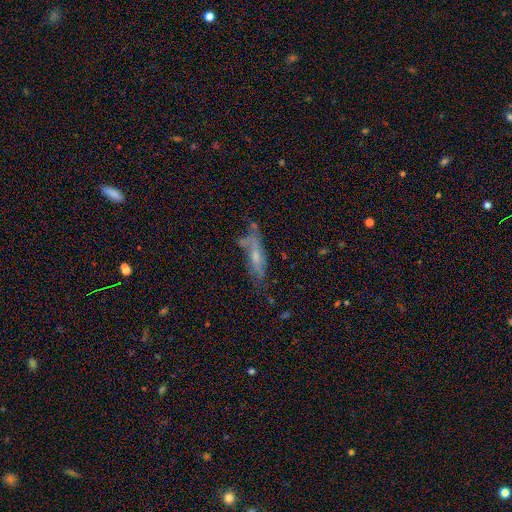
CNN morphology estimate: The model was most divided on "edge-on disk": yes: 53%, no: 47%. More confident: merging — none (54%); smooth or featured — featured or disk (52%).